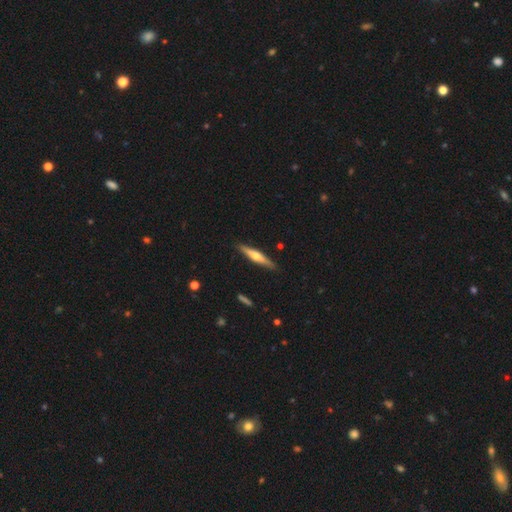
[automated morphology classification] Smooth or featured? Predicted: featured or disk (p=0.63). Edge-on disk? Predicted: yes (p=0.96). Edge-on bulge? Predicted: rounded (p=0.90). Merging? Predicted: none (p=0.89).